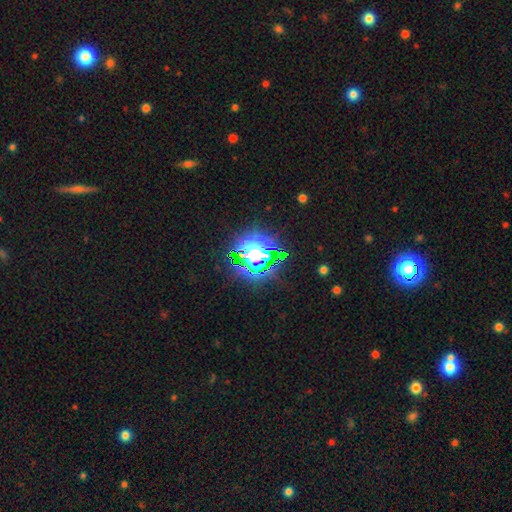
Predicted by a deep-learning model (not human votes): Overall: star or artifact (69%).